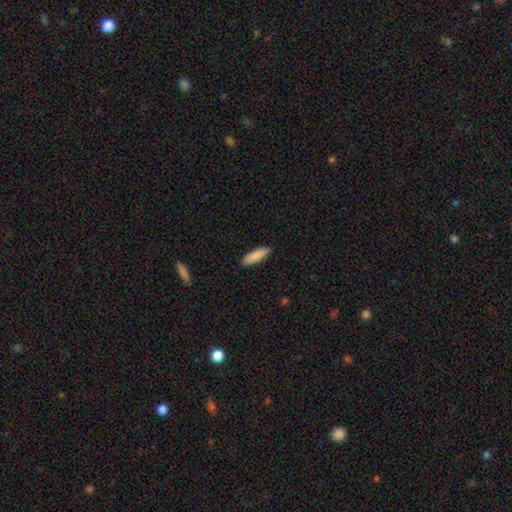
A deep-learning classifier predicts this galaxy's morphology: smooth_or_featured: smooth (p=0.87) [alt: featured or disk p=0.07]
how_rounded: cigar-shaped (p=0.63) [alt: in between p=0.36]
merging: none (p=0.90) [alt: minor disturbance p=0.07]